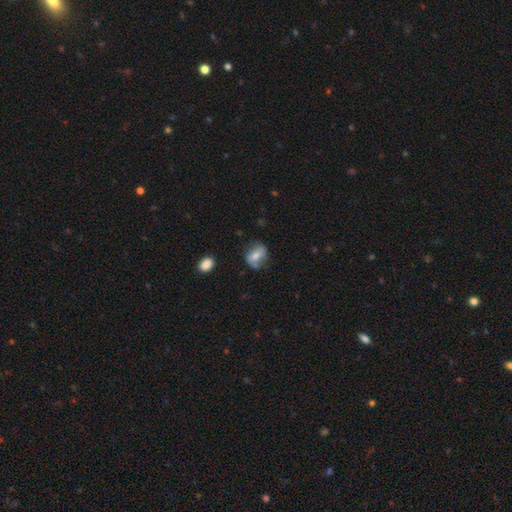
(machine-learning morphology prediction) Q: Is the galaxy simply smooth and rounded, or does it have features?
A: smooth — 54%.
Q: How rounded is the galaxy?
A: in between — 65%.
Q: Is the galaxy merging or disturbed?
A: none — 61%.